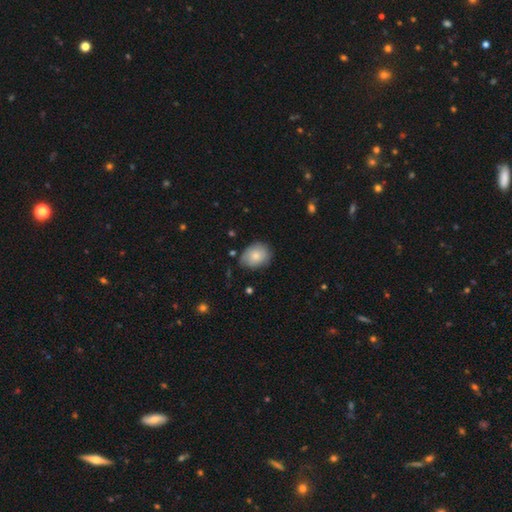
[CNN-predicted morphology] This appears to be a smooth galaxy with no disk features (79%) that is in between round and cigar-shaped (58%). Merging: none (70%).